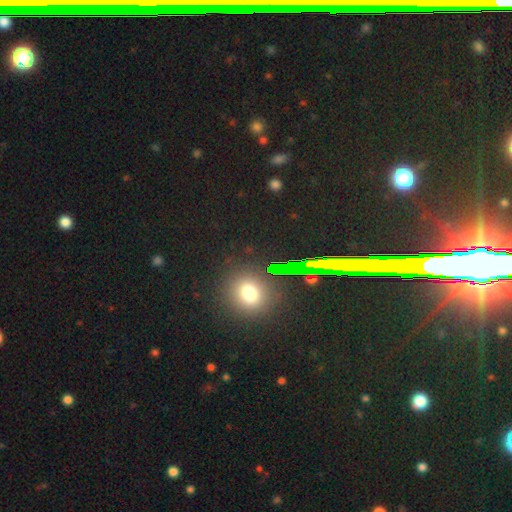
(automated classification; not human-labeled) Smooth or featured: star or artifact — 50% (smooth — 38%)